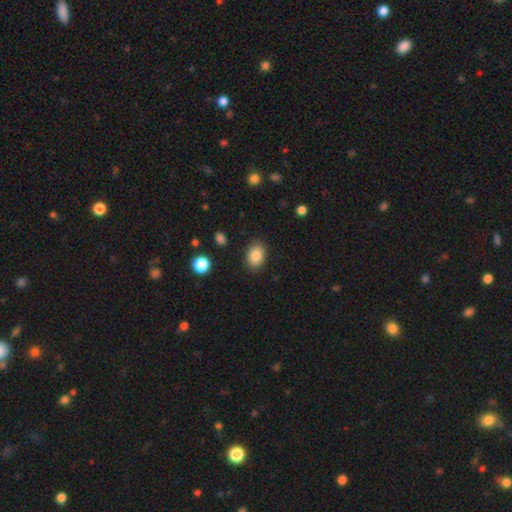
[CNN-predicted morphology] A smooth galaxy with no disk features (84%) that is in between round and cigar-shaped (73%).

Vote fractions:
- Smooth or featured? smooth: 84% / star or artifact: 9% / featured or disk: 7%
- How rounded? in between: 73% / round: 26% / cigar-shaped: 1%
- Merging? none: 87% / minor disturbance: 9% / major disturbance: 2% / merger: 1%